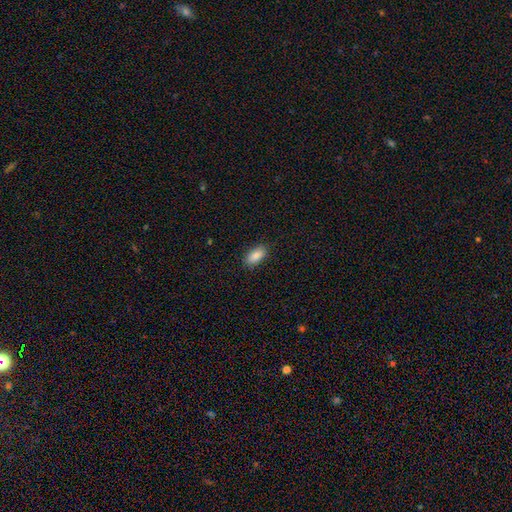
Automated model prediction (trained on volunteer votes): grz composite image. It shows a smooth galaxy with no disk features (88%) that is in between round and cigar-shaped (90%). Merging: none (86%).